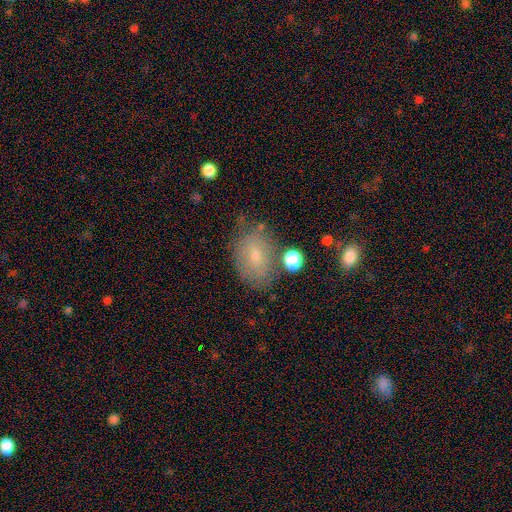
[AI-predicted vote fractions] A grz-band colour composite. It shows a smooth galaxy with no disk features (64%) that is in between round and cigar-shaped (76%). Merging: none (65%).